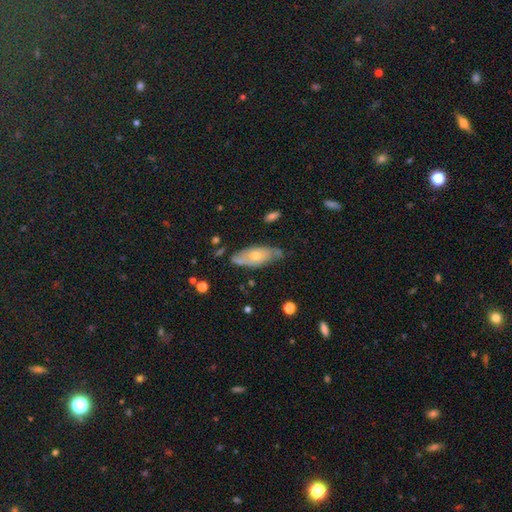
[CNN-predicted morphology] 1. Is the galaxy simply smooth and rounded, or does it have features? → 61% featured or disk, 31% smooth, 7% star or artifact.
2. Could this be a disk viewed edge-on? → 81% no, 19% yes.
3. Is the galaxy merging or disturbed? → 64% none, 26% minor disturbance, 7% major disturbance, 3% merger.